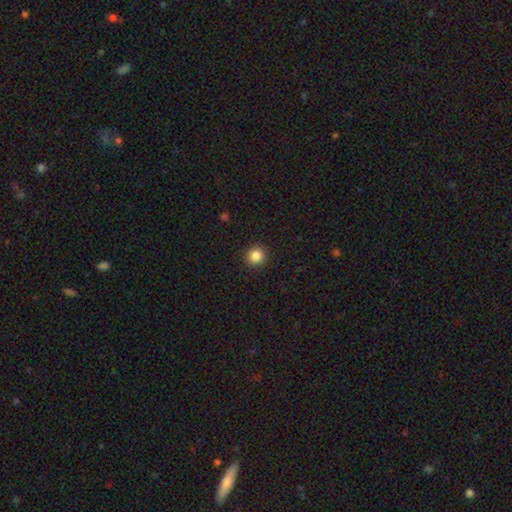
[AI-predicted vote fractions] The model was most divided on "smooth or featured": smooth: 86%, star or artifact: 10%, featured or disk: 4%. More confident: merging — none (92%); how rounded — round (92%).